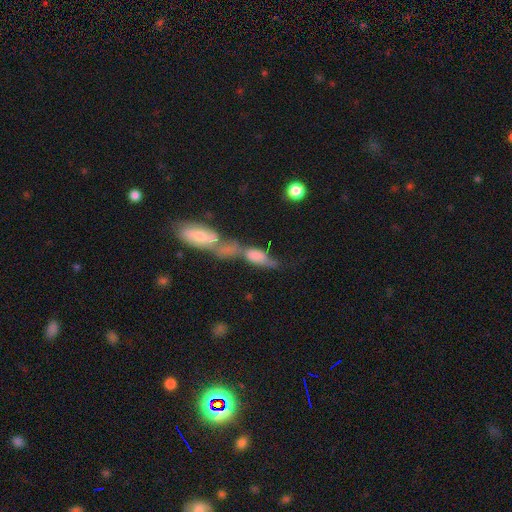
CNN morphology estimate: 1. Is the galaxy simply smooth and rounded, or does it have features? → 49% smooth, 41% featured or disk, 10% star or artifact.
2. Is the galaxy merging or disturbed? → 69% merger, 14% none, 9% major disturbance, 8% minor disturbance.